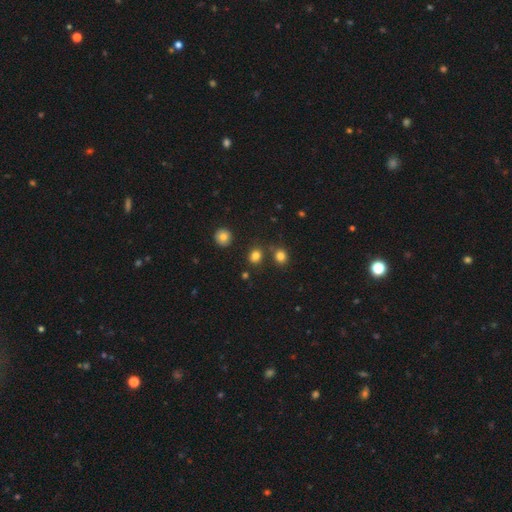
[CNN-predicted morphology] Smooth or featured? smooth (81%)
How rounded? round (58%)
Merging? none (76%)